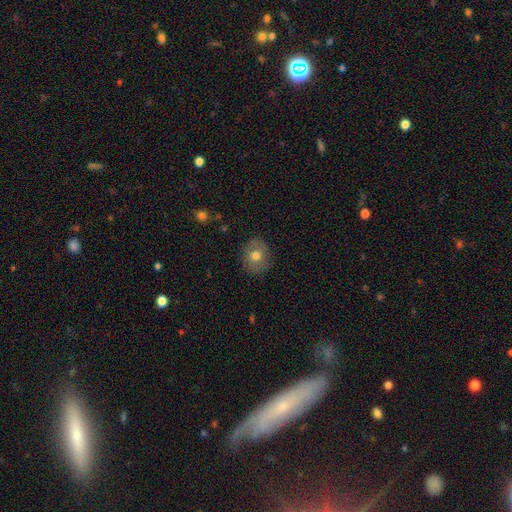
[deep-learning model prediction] Smooth or featured? smooth (67%)
How rounded? round (63%)
Merging? none (85%)